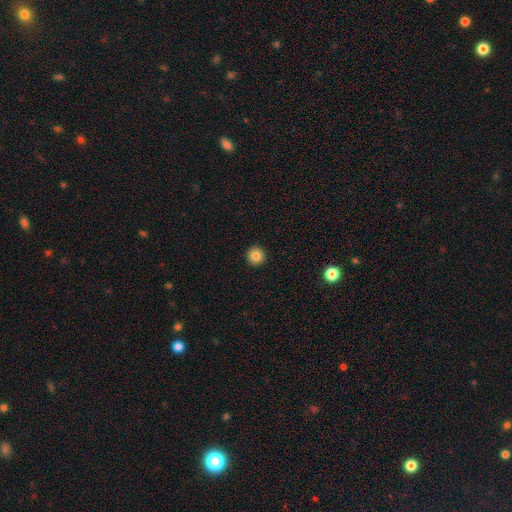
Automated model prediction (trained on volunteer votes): smooth 84%, star or artifact 10%, featured or disk 6%. Down the decision tree: how rounded — round (96%); merging — none (94%).